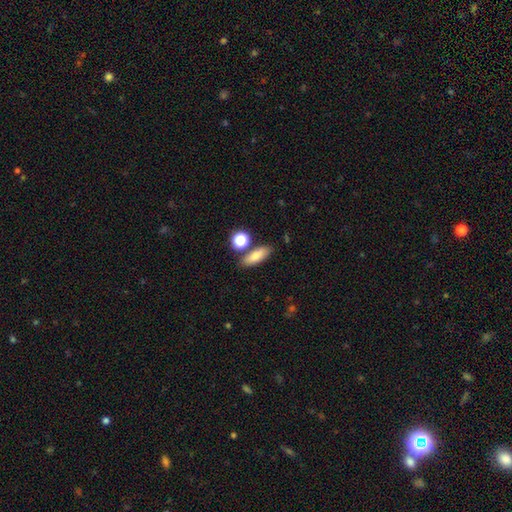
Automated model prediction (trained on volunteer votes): smooth 77%, featured or disk 14%, star or artifact 9%. Down the decision tree: how rounded — in between (65%); merging — none (74%).